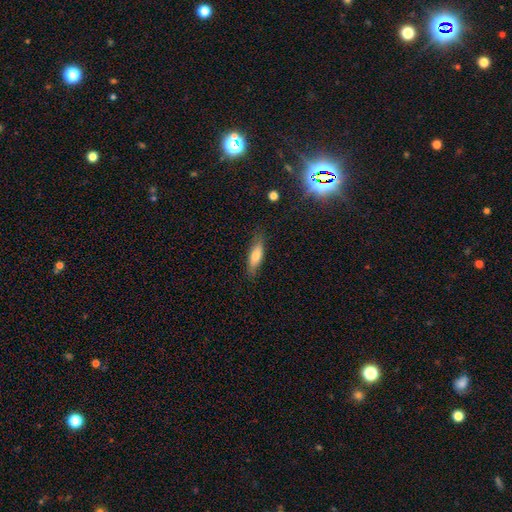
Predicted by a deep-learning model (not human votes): A smooth galaxy with no disk features (73%) that is in between round and cigar-shaped (53%). Merging: none (78%).